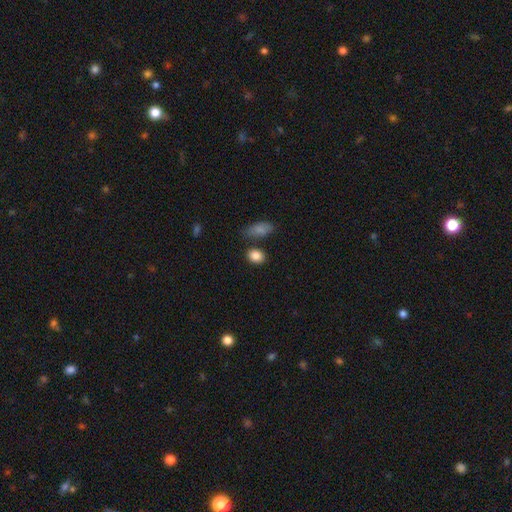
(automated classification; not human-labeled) This is clearly a smooth galaxy (86%). How rounded: likely in between (65%). Merging: likely none (75%).